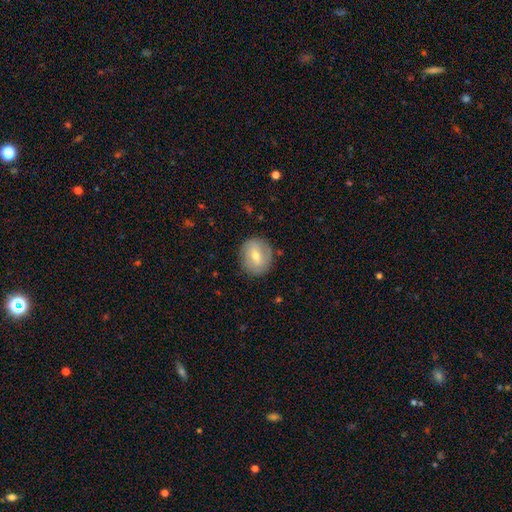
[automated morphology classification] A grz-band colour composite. It shows a smooth galaxy with no disk features (54%) that is round (68%). Merging: none (84%).